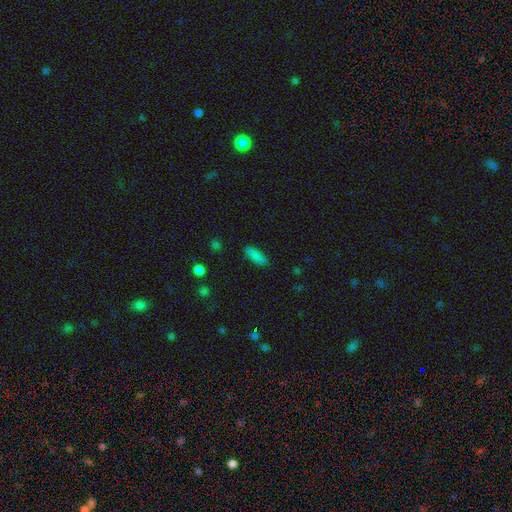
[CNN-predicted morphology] smooth-or-featured: smooth: 85% | star or artifact: 9% | featured or disk: 5%
  how-rounded: in between: 64% | cigar-shaped: 34% | round: 2%
  merging: none: 86% | minor disturbance: 11% | major disturbance: 2% | merger: 1%